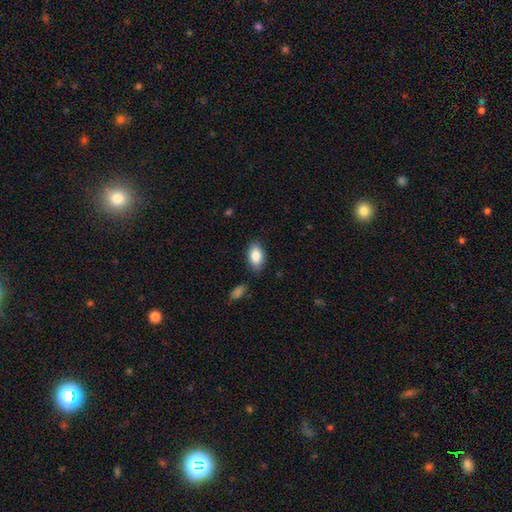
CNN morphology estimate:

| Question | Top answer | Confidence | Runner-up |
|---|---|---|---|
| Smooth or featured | smooth | 86% | featured or disk (8%) |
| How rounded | in between | 92% | round (5%) |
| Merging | none | 83% | minor disturbance (12%) |